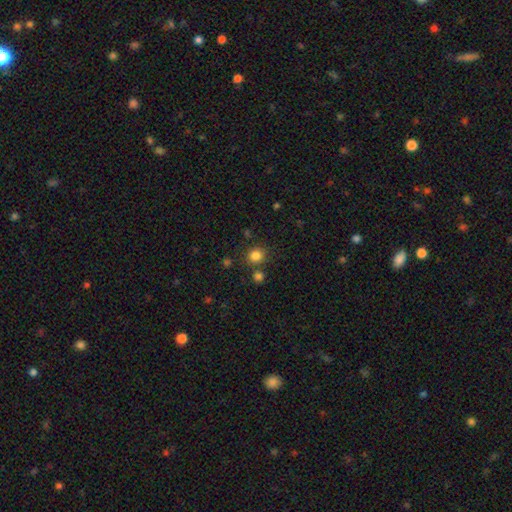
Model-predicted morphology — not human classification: Smooth or featured? smooth (82%)
How rounded? round (85%)
Merging? none (79%)